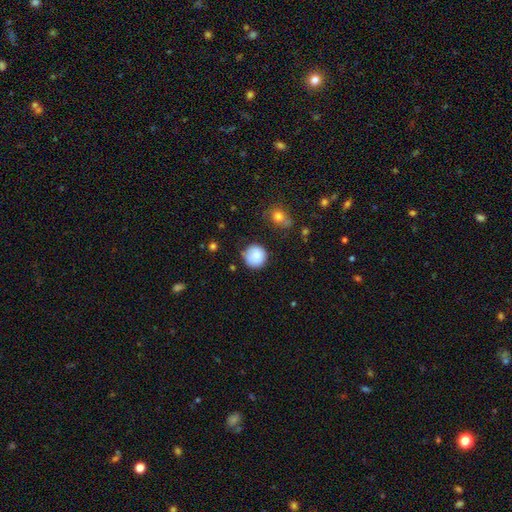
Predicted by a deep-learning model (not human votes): This appears to be a smooth galaxy with no disk features (83%) that is round (94%). Merging: none (75%).